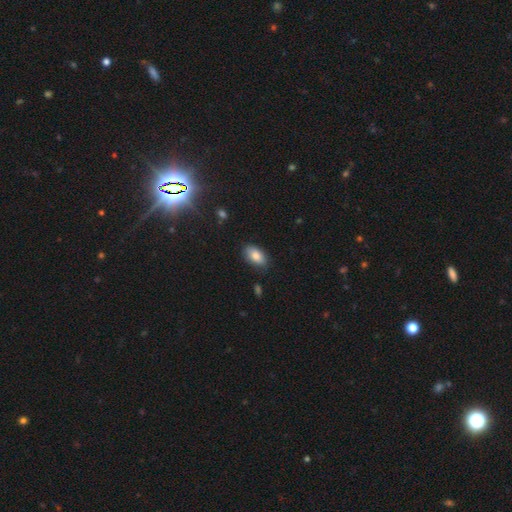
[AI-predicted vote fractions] Smooth or featured? smooth (82%)
How rounded? in between (92%)
Merging? none (82%)